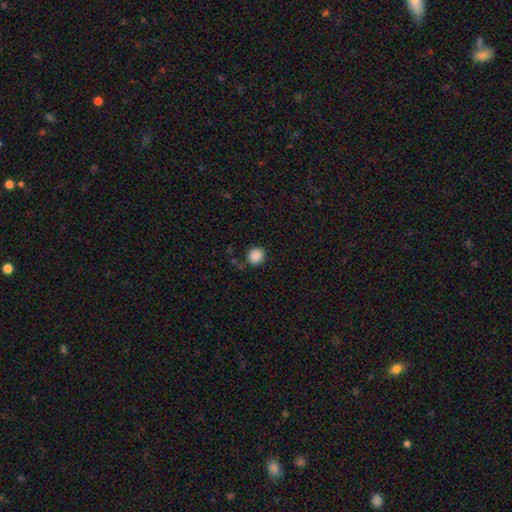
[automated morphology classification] A smooth galaxy with no disk features (88%) that is round (89%). Merging: none (84%).